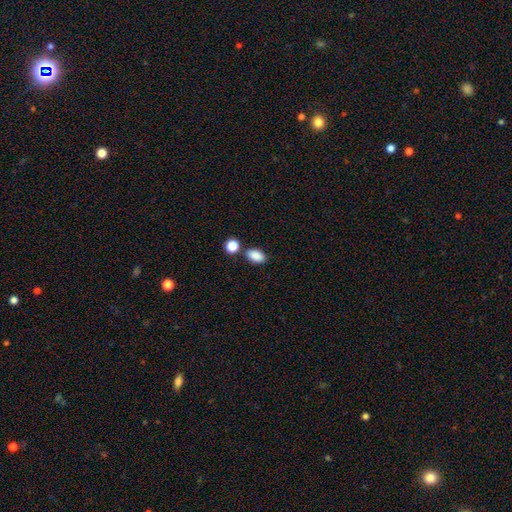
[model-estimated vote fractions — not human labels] A smooth galaxy with no disk features (87%) that is in between round and cigar-shaped (88%). Merging: none (75%).